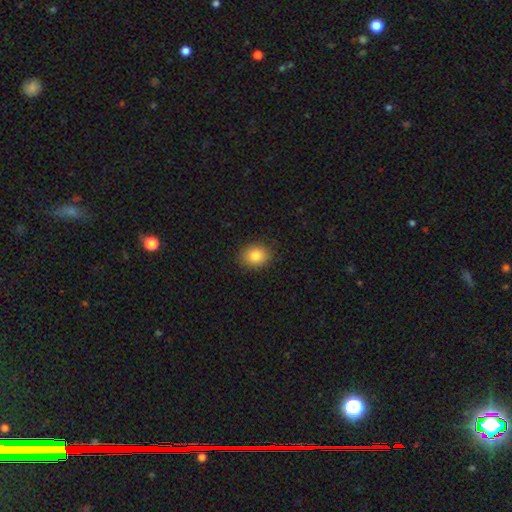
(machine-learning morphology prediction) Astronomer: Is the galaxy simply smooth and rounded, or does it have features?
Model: smooth — 83%.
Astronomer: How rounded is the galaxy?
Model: round — 59% (runner-up: in between, 40%).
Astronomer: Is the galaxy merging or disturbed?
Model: none — 89%.